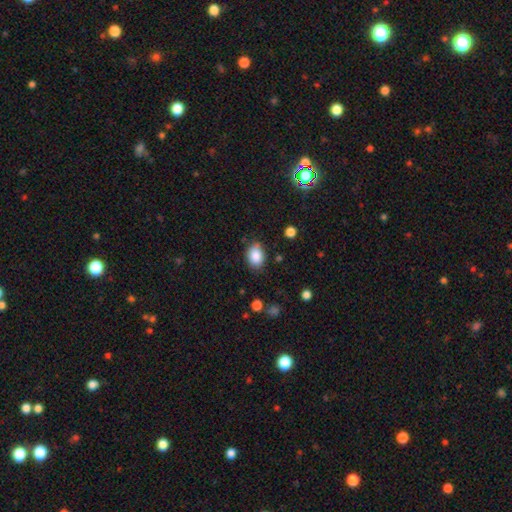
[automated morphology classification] Q: Smooth or featured?
A: smooth (87%); runner-up: star or artifact (8%)
Q: How rounded?
A: in between (77%); runner-up: round (22%)
Q: Merging?
A: none (78%); runner-up: minor disturbance (17%)